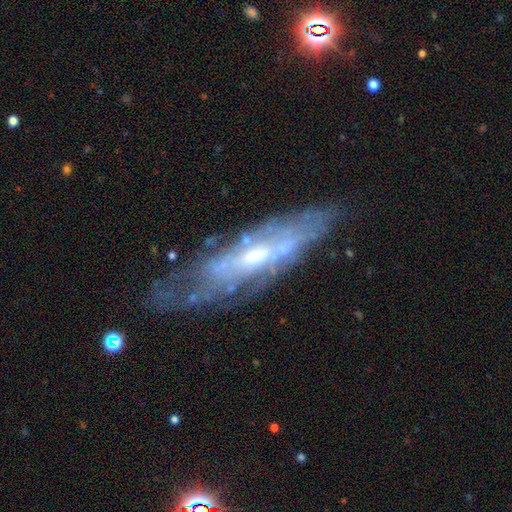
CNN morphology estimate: A featured or disk galaxy (77%) with no bar (54%), spiral arms (65%) and a moderate central bulge (51%).

Vote fractions:
- Smooth or featured? featured or disk: 77% / smooth: 16% / star or artifact: 7%
- Edge-on disk? no: 69% / yes: 31%
- Bar? no: 54% / weak: 34% / strong: 13%
- Spiral arms? yes: 65% / no: 35%
- Bulge size? moderate: 51% / small: 42% / large: 4% / none: 2% / dominant: 1%
- Merging? none: 64% / minor disturbance: 22% / major disturbance: 11% / merger: 3%